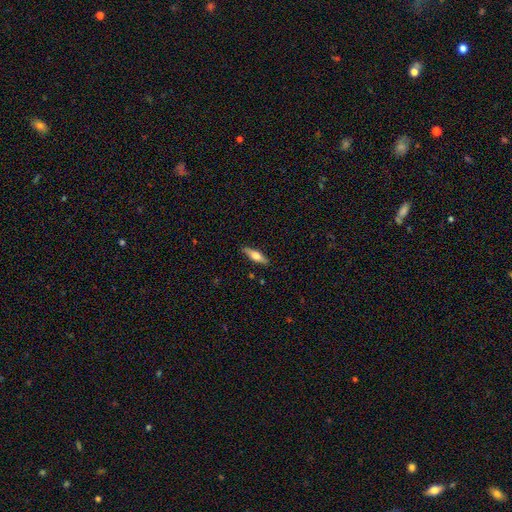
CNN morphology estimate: smooth 51%, featured or disk 43%, star or artifact 6%. Down the decision tree: how rounded — cigar-shaped (61%); merging — none (86%).